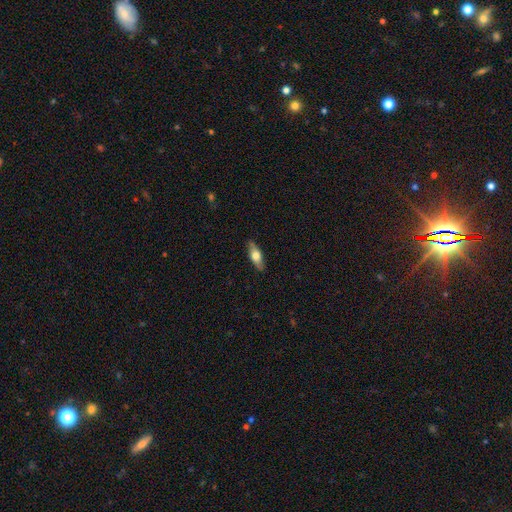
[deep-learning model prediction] Q: Smooth or featured?
A: smooth (56%); runner-up: featured or disk (38%)
Q: How rounded?
A: in between (61%); runner-up: cigar-shaped (35%)
Q: Merging?
A: none (87%); runner-up: minor disturbance (10%)